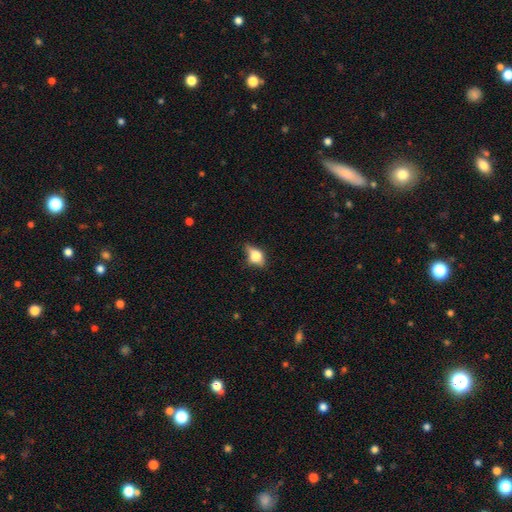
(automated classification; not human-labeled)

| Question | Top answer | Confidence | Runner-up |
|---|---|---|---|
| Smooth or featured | smooth | 64% | featured or disk (25%) |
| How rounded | in between | 68% | round (25%) |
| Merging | none | 46% | minor disturbance (35%) |